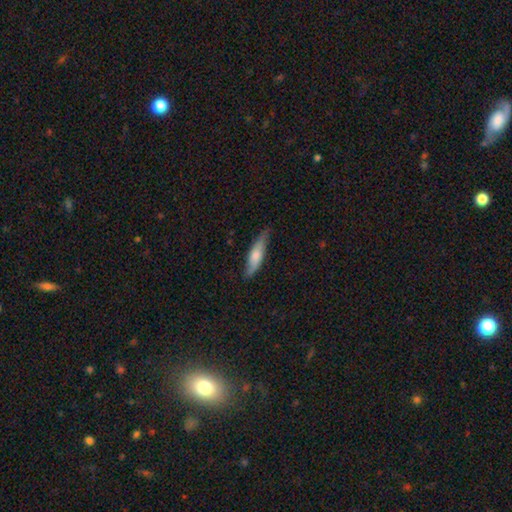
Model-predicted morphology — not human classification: This appears to be a smooth galaxy with no disk features (60%) that is cigar-shaped (64%). Merging: none (74%).